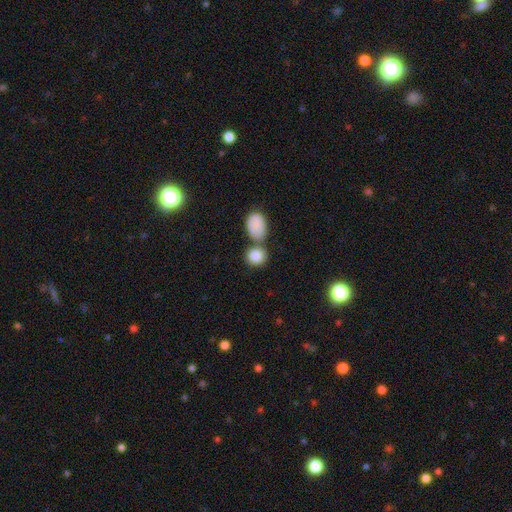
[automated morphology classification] Smooth or featured? Predicted: smooth (p=0.86). How rounded? Predicted: round (p=0.72). Merging? Predicted: none (p=0.56).